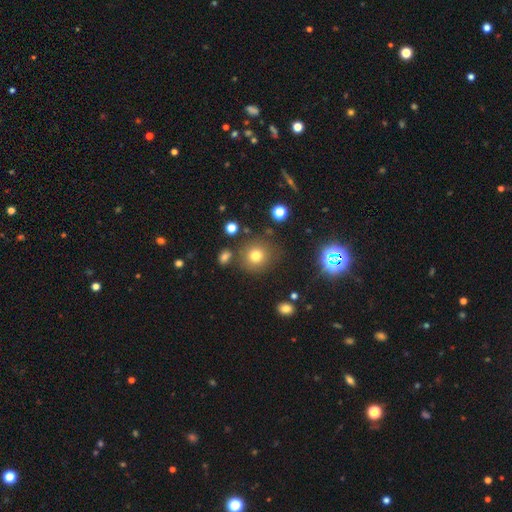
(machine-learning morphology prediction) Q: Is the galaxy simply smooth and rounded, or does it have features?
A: smooth — 74%.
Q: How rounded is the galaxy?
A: round — 91%.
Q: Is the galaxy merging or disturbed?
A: none — 81%.